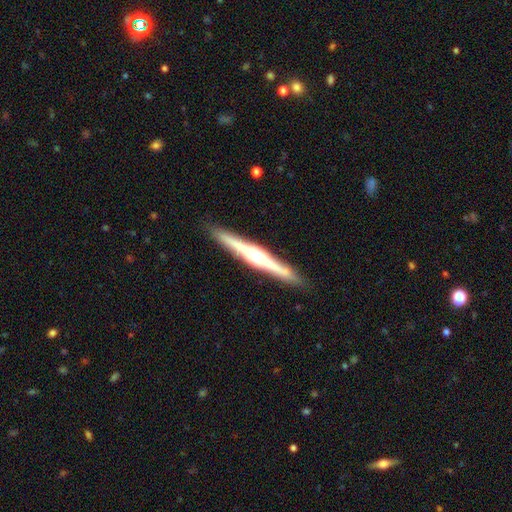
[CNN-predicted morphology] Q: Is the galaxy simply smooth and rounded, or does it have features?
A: featured or disk — 79%.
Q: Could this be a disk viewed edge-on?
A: yes — 98%.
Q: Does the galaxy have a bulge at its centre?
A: rounded — 80%.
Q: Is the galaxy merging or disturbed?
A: none — 91%.